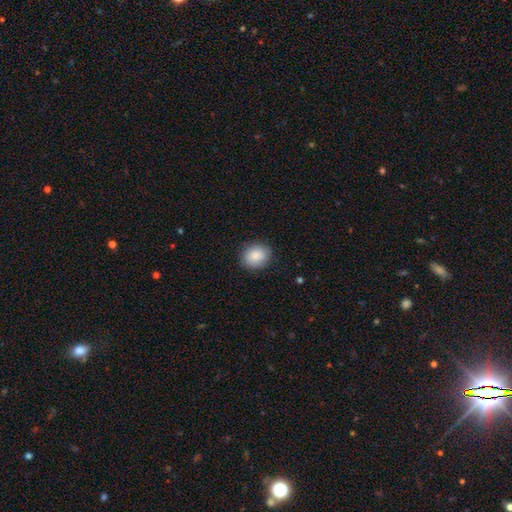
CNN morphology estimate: Overall: smooth (87%). How rounded: round (65%; in between 34%). Merging: none (87%).